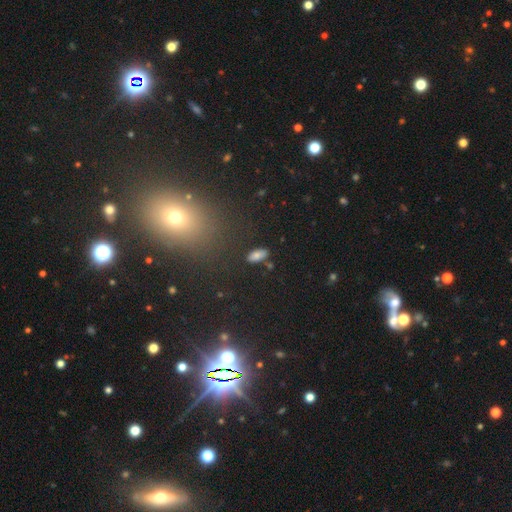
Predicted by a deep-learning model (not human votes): This appears to be a smooth galaxy with no disk features (81%) that is in between round and cigar-shaped (88%). Merging: none (82%).